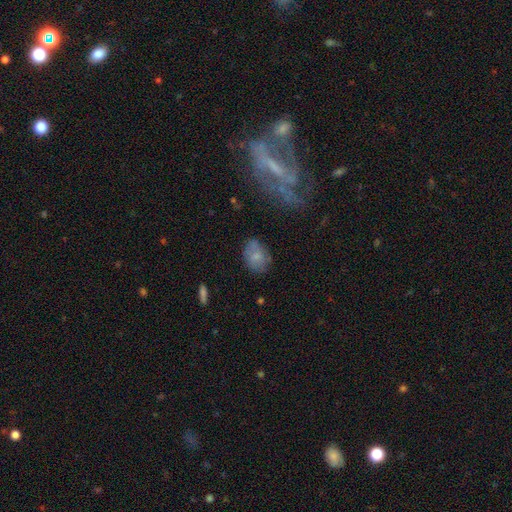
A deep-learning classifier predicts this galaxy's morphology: Smooth or featured? Predicted: smooth (p=0.74). How rounded? Predicted: in between (p=0.77). Merging? Predicted: none (p=0.71).